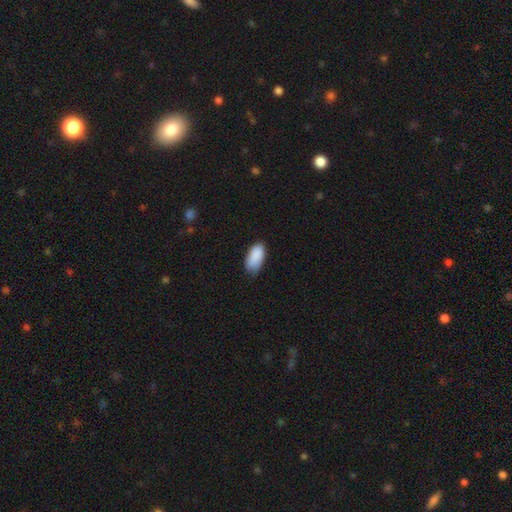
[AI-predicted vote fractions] Smooth or featured: smooth — 89% (star or artifact — 7%)
How rounded: in between — 94% (cigar-shaped — 3%)
Merging: none — 64% (minor disturbance — 30%)